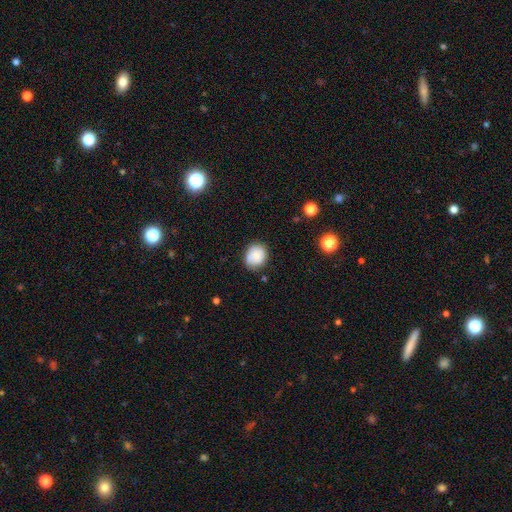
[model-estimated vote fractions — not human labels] Overall: smooth (73%). How rounded: round (63%; in between 37%). Merging: none (75%).